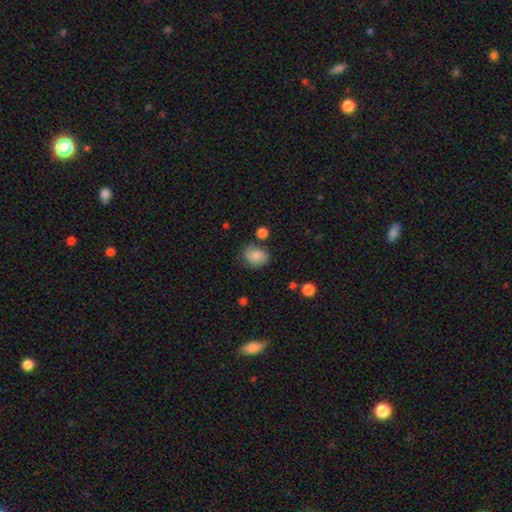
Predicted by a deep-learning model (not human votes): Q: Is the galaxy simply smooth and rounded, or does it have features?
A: smooth — 69%.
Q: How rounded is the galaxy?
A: round — 50%.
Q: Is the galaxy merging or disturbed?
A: none — 68%.